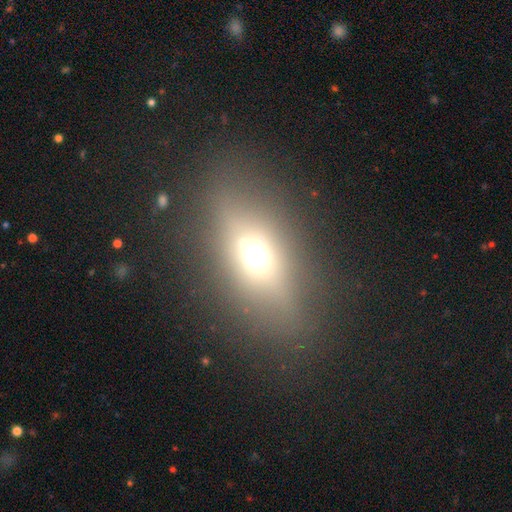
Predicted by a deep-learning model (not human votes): Morphology: type=smooth (53%); roundness=in between (66%); merging=none (76%).